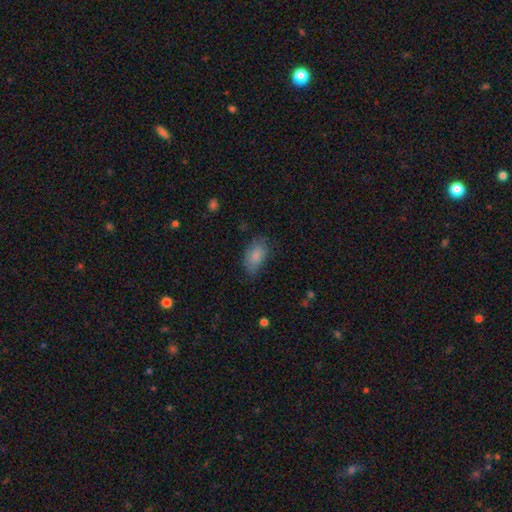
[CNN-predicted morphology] Smooth or featured?
  - smooth: 84% *
  - featured or disk: 9%
  - star or artifact: 8%
How rounded?
  - in between: 92% *
  - round: 6%
  - cigar-shaped: 3%
Merging?
  - none: 70% *
  - minor disturbance: 23%
  - major disturbance: 6%
  - merger: 1%